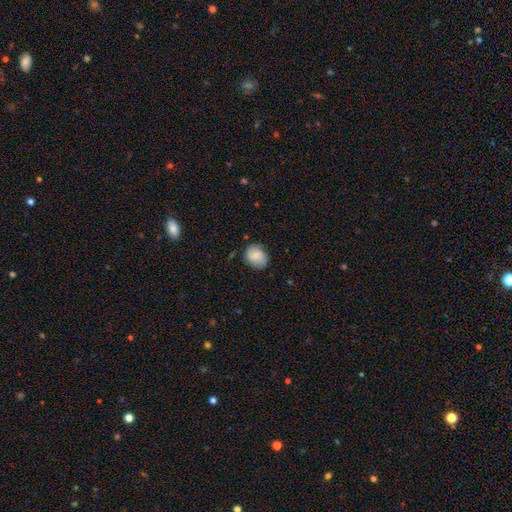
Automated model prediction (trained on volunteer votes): This appears to be a smooth galaxy with no disk features (75%) that is in between round and cigar-shaped (51%). Merging: none (73%).